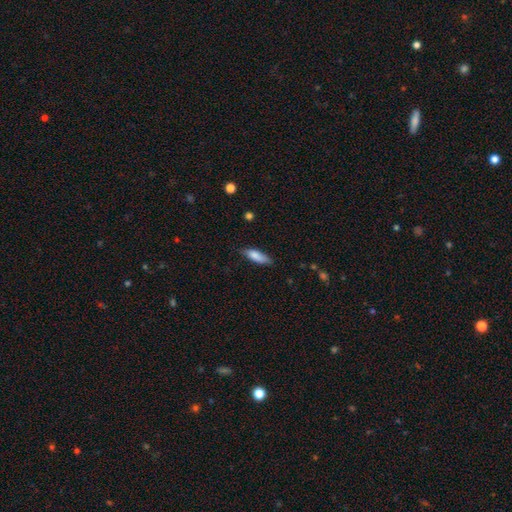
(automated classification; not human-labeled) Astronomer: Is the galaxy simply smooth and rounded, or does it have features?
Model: smooth — 83%.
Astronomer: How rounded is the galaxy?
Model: in between — 54% (runner-up: cigar-shaped, 45%).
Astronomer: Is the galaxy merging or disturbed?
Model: none — 73%.